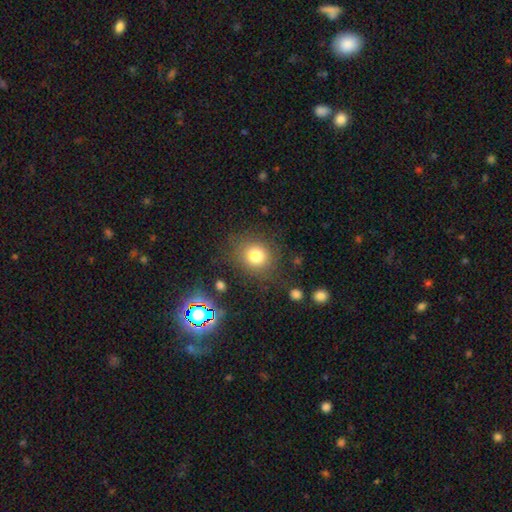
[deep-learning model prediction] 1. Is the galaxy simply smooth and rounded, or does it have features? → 78% smooth, 13% star or artifact, 9% featured or disk.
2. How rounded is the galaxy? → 80% round, 19% in between, 1% cigar-shaped.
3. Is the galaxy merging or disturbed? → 80% none, 12% minor disturbance, 6% major disturbance, 2% merger.